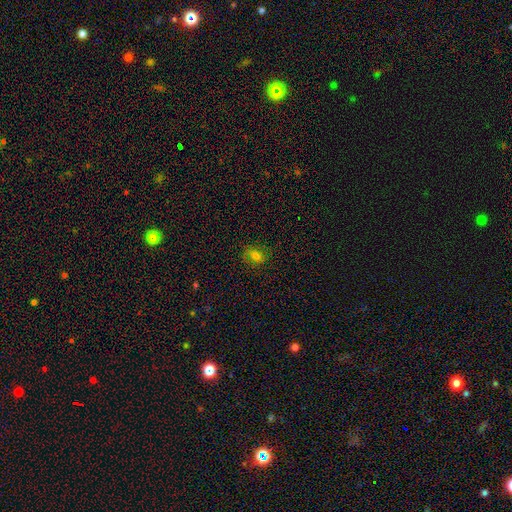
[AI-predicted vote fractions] Morphology: type=smooth (71%); roundness=in between (63%); merging=none (77%).